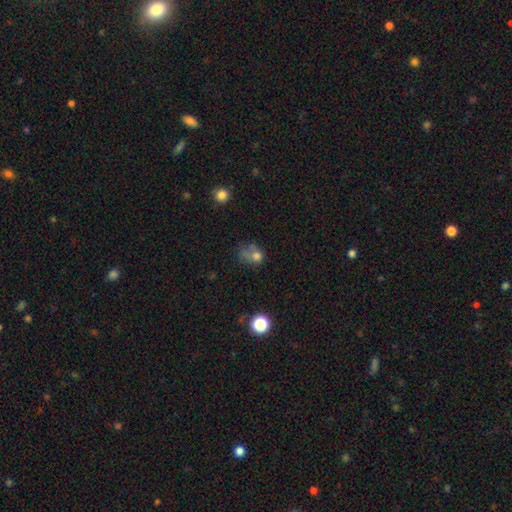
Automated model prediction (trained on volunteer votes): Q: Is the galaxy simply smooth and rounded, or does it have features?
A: smooth — 66%.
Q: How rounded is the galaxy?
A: round — 51%.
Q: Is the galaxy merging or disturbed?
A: major disturbance — 32%.